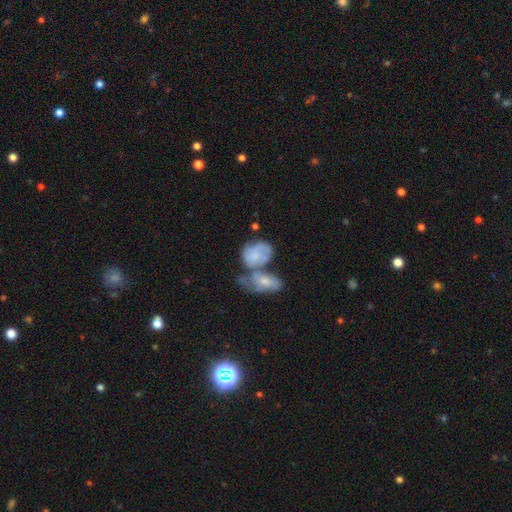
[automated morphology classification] Q: Smooth or featured?
A: smooth (49%); runner-up: featured or disk (44%)
Q: Merging?
A: merger (54%); runner-up: none (21%)